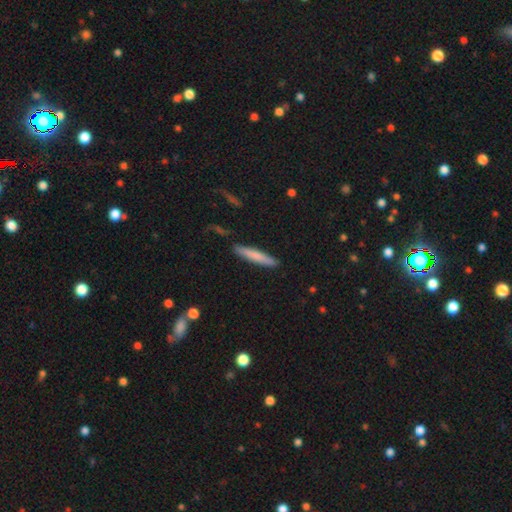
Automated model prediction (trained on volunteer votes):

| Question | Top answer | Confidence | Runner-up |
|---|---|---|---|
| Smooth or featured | smooth | 75% | featured or disk (20%) |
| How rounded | cigar-shaped | 93% | in between (5%) |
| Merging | none | 88% | minor disturbance (9%) |